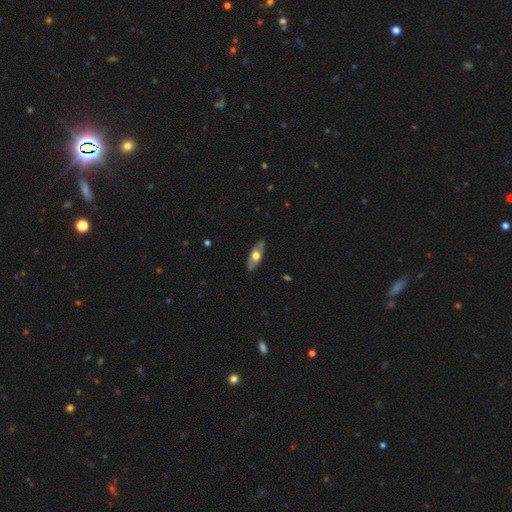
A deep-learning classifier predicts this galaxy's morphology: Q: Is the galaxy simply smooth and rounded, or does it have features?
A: featured or disk — 51%.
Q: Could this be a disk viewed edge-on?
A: no — 58%.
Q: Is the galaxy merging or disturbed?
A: none — 82%.